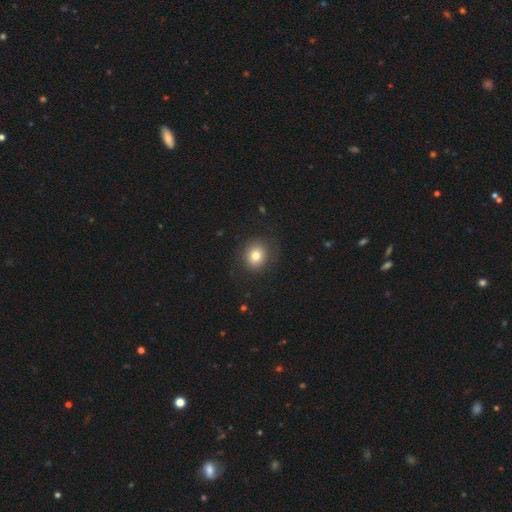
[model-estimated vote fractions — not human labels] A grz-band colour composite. It shows a smooth galaxy with no disk features (79%) that is round (73%). Merging: none (83%).